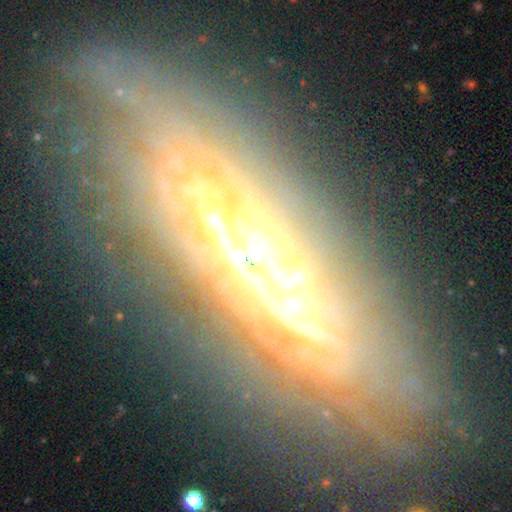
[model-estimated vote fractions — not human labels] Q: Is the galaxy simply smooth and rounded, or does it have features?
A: featured or disk — 78%.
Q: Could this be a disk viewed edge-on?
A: yes — 51%.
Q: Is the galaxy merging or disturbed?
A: none — 75%.